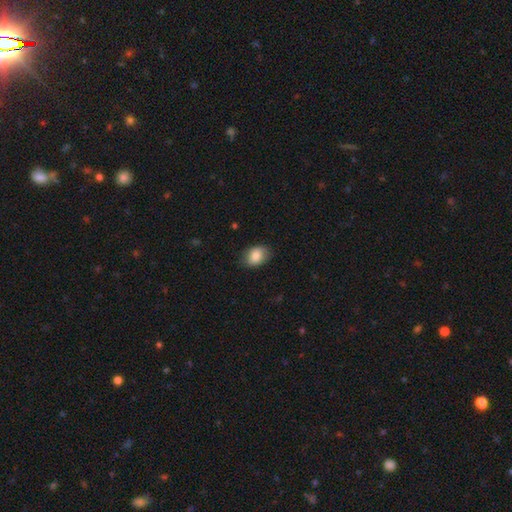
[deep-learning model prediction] Overall: smooth (83%). How rounded: in between (77%). Merging: none (81%).